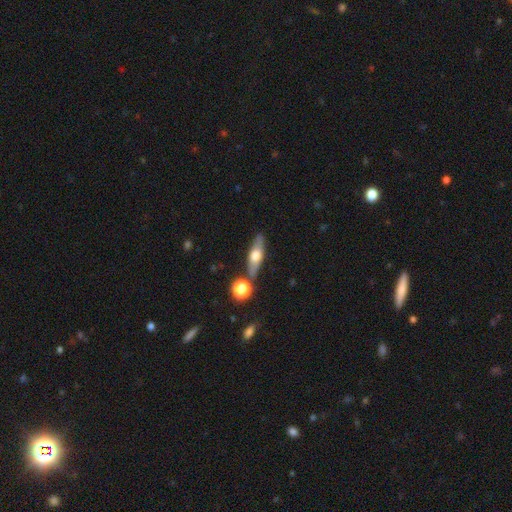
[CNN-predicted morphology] Q: Smooth or featured?
A: smooth (48%); runner-up: featured or disk (45%)
Q: Merging?
A: none (78%); runner-up: minor disturbance (11%)